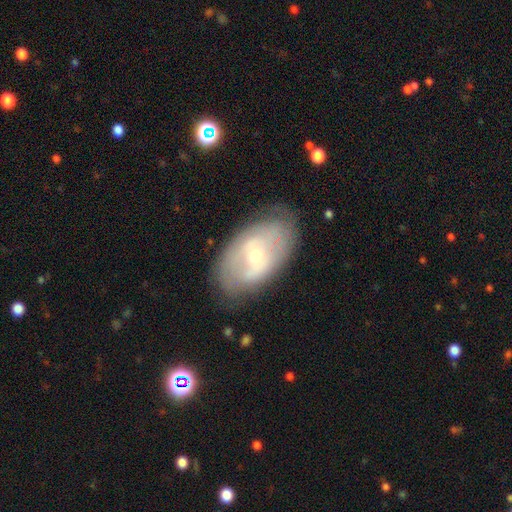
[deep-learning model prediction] This is likely a featured or disk galaxy (63%). It is clearly not viewed edge-on (92%). Bar: marginally no (45%). Spiral arm pattern: likely yes (64%). Central bulge: possibly small (49%). Merging: likely none (72%).